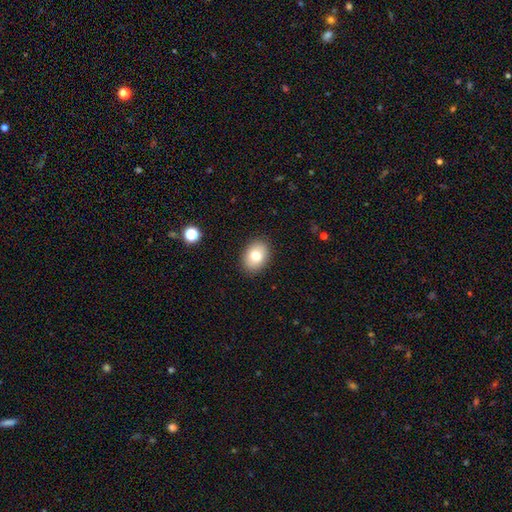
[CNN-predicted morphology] This appears to be a smooth galaxy with no disk features (78%) that is in between round and cigar-shaped (74%). Merging: none (89%).